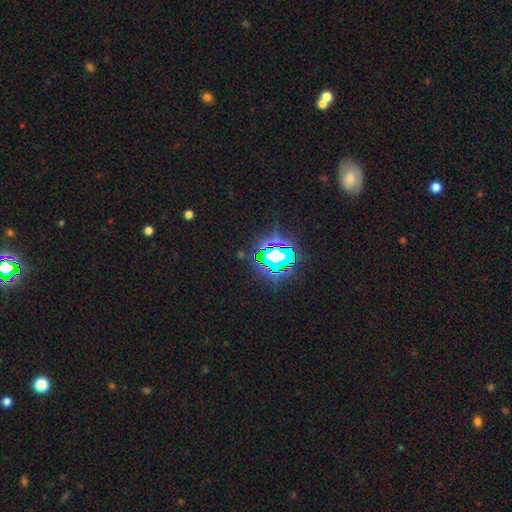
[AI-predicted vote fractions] This is clearly a star or artifact rather than a galaxy (81%).